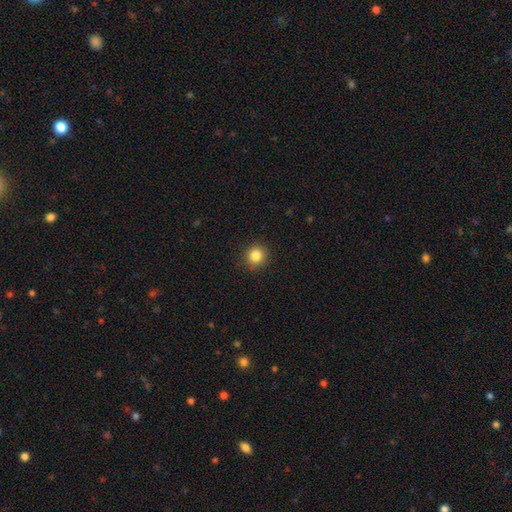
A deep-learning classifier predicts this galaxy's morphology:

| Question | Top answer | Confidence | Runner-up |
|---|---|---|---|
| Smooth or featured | smooth | 85% | star or artifact (11%) |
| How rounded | round | 91% | in between (8%) |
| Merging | none | 91% | minor disturbance (6%) |